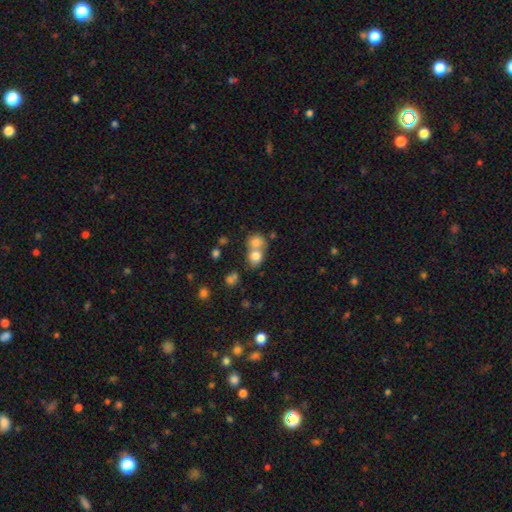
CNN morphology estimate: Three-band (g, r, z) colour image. It shows a smooth galaxy with no disk features (78%) that is round (63%). Merging: merger (57%).